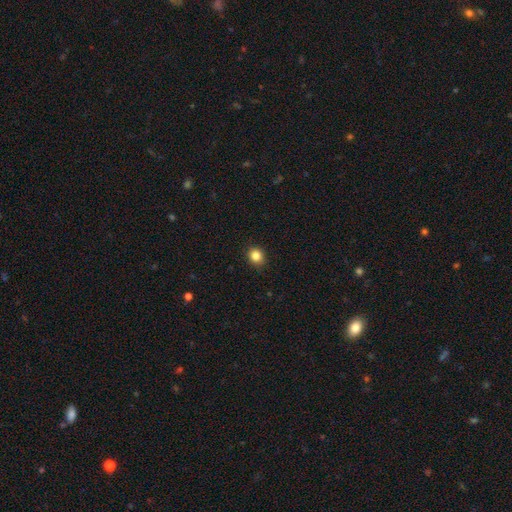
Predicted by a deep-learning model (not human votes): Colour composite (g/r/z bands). It shows a smooth galaxy with no disk features (85%) that is round (74%). Merging: none (90%).